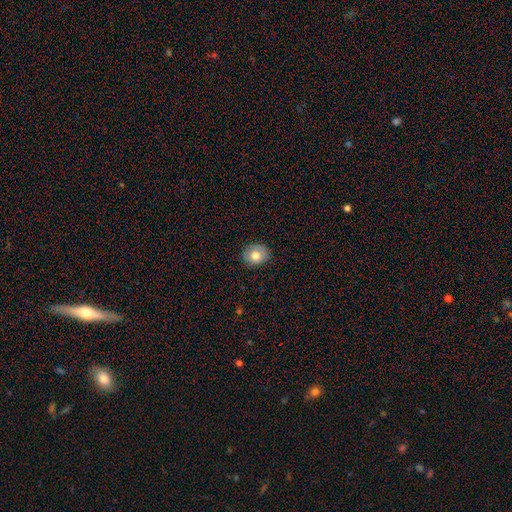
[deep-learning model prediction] This appears to be a smooth galaxy with no disk features (78%) that is round (59%). Merging: none (85%).